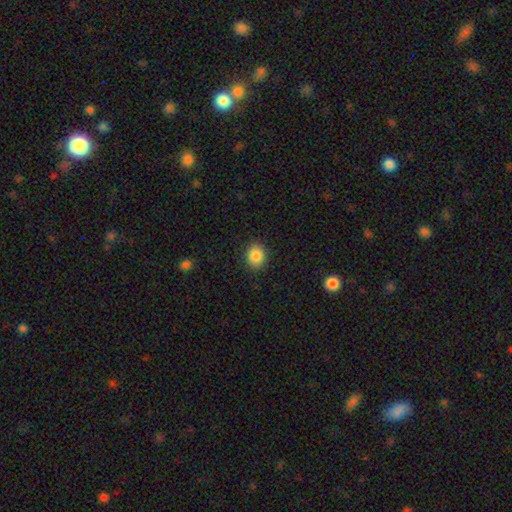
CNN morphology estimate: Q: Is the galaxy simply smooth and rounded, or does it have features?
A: smooth — 87%.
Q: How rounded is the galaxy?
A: round — 62%.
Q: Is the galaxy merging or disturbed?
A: none — 89%.